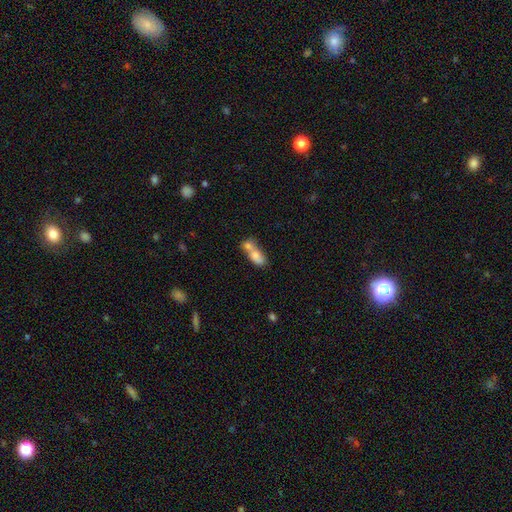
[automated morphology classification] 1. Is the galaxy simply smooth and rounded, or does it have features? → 74% smooth, 17% featured or disk, 9% star or artifact.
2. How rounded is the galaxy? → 79% in between, 11% round, 10% cigar-shaped.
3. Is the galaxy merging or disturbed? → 69% merger, 18% none, 8% minor disturbance, 5% major disturbance.